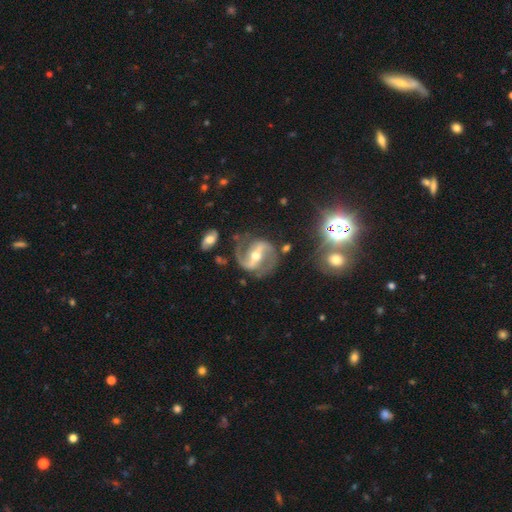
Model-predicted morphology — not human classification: smooth_or_featured: featured or disk (p=0.89) [alt: star or artifact p=0.06]
disk_edge_on: no (p=0.97) [alt: yes p=0.03]
bar: strong (p=0.60) [alt: weak p=0.27]
has_spiral_arms: yes (p=0.96) [alt: no p=0.04]
spiral_winding: medium (p=0.56) [alt: loose p=0.27]
spiral_arm_count: 2 (p=0.92) [alt: can't tell p=0.03]
bulge_size: moderate (p=0.69) [alt: small p=0.24]
merging: none (p=0.76) [alt: minor disturbance p=0.14]